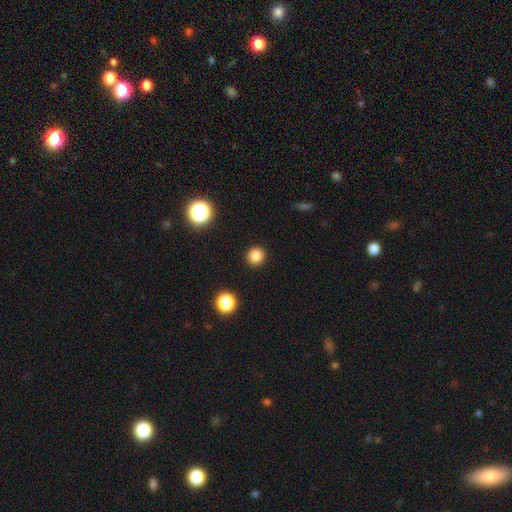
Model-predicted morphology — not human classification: Smooth or featured?
  - smooth: 83% *
  - star or artifact: 13%
  - featured or disk: 4%
How rounded?
  - round: 92% *
  - in between: 7%
  - cigar-shaped: 1%
Merging?
  - none: 92% *
  - minor disturbance: 5%
  - major disturbance: 2%
  - merger: 1%